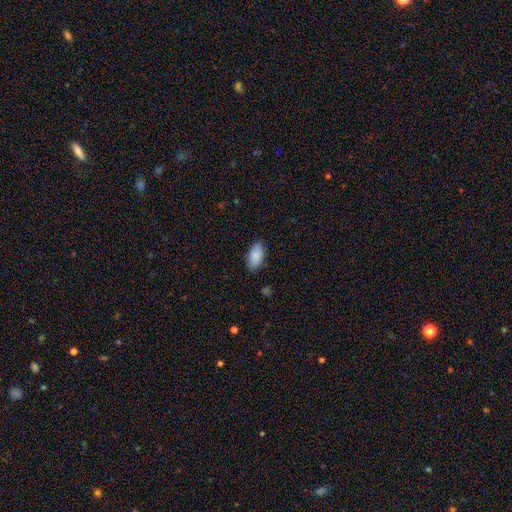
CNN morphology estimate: This appears to be a smooth galaxy with no disk features (88%) that is in between round and cigar-shaped (93%). Merging: none (85%).